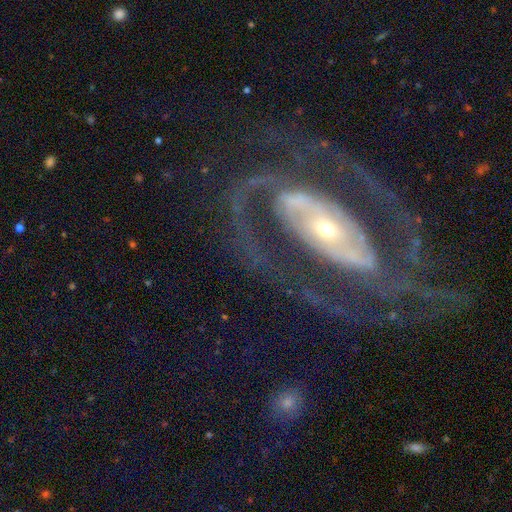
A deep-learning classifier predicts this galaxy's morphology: A featured or disk galaxy (89%) with a strong bar (40%), 2 (76%) medium (45%) spiral arms (93%) and a small central bulge (59%). Merging: none (68%).